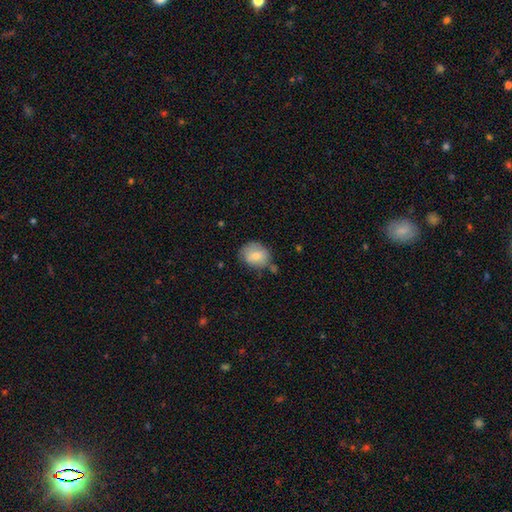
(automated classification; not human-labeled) Smooth or featured? Predicted: smooth (p=0.75). How rounded? Predicted: round (p=0.55). Merging? Predicted: none (p=0.62).